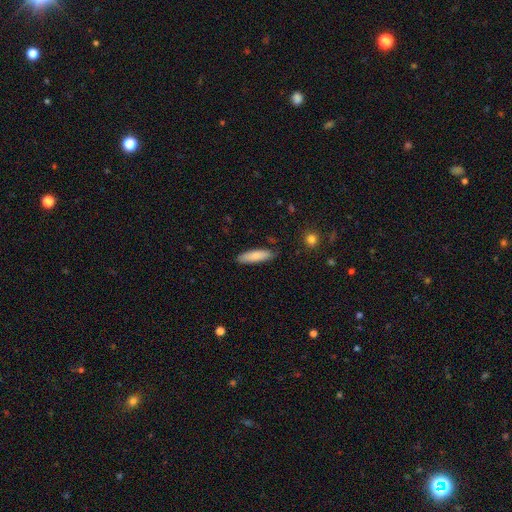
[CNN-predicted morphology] smooth 84%, featured or disk 10%, star or artifact 6%. Down the decision tree: how rounded — cigar-shaped (63%); merging — none (85%).